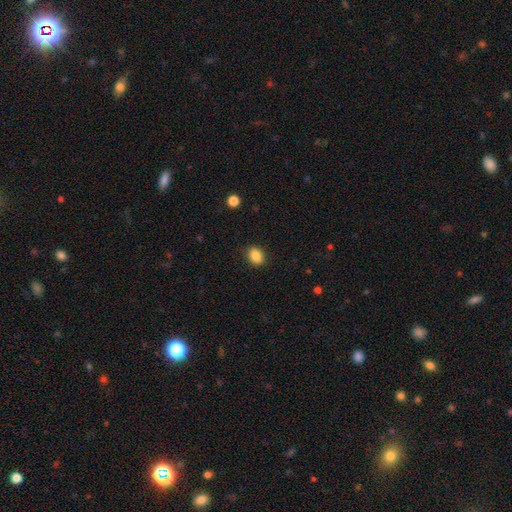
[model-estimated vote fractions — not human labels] Q: Smooth or featured?
A: smooth (87%); runner-up: star or artifact (9%)
Q: How rounded?
A: in between (67%); runner-up: round (32%)
Q: Merging?
A: none (87%); runner-up: minor disturbance (9%)